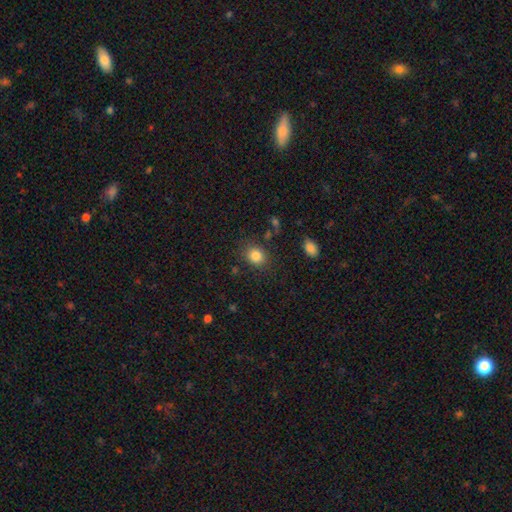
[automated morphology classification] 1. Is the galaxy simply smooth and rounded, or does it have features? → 84% smooth, 10% star or artifact, 6% featured or disk.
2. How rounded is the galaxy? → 57% round, 42% in between, 1% cigar-shaped.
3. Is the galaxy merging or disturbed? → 81% none, 12% minor disturbance, 4% major disturbance, 3% merger.